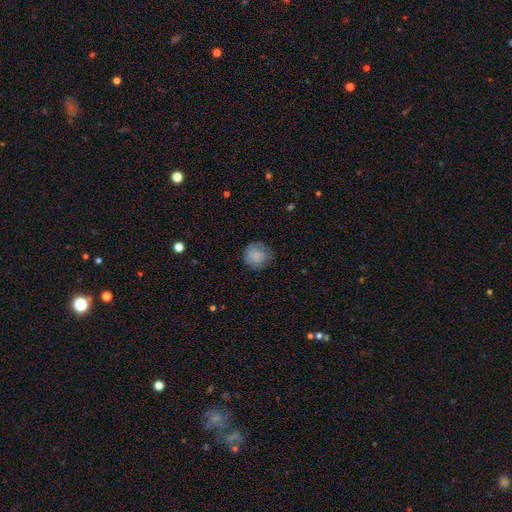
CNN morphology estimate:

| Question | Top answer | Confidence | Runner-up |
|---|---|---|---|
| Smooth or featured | smooth | 83% | featured or disk (9%) |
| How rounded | round | 90% | in between (9%) |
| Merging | none | 75% | minor disturbance (18%) |